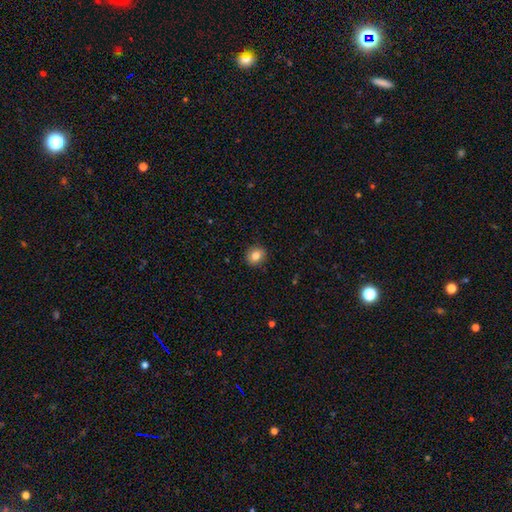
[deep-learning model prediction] This appears to be a smooth galaxy with no disk features (83%) that is round (78%). Merging: none (90%).